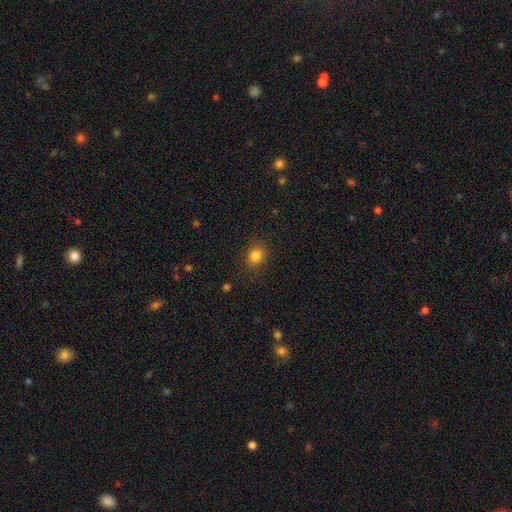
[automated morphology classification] smooth_or_featured: smooth (p=0.83) [alt: star or artifact p=0.12]
how_rounded: round (p=0.60) [alt: in between p=0.39]
merging: none (p=0.85) [alt: minor disturbance p=0.11]